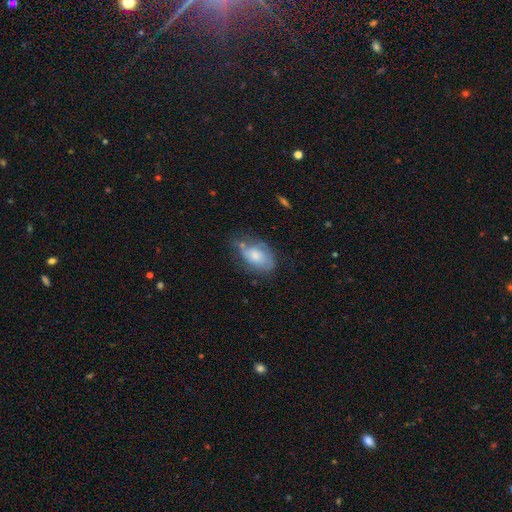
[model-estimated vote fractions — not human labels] Smooth or featured? Predicted: smooth (p=0.63). How rounded? Predicted: in between (p=0.90). Merging? Predicted: none (p=0.46).